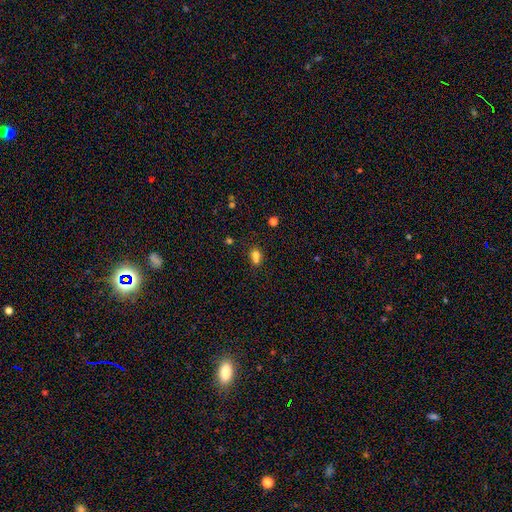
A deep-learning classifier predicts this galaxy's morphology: smooth 72%, star or artifact 15%, featured or disk 13%. Down the decision tree: how rounded — round (64%); merging — merger (53%).